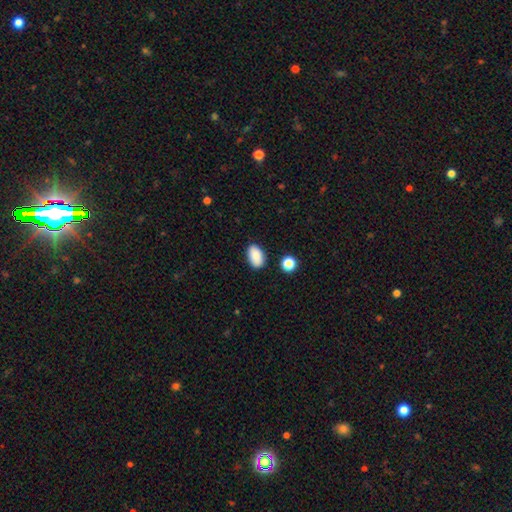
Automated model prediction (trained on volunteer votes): The model was most divided on "merging": none: 83%, minor disturbance: 12%, merger: 3%, major disturbance: 2%. More confident: how rounded — in between (91%); smooth or featured — smooth (86%).